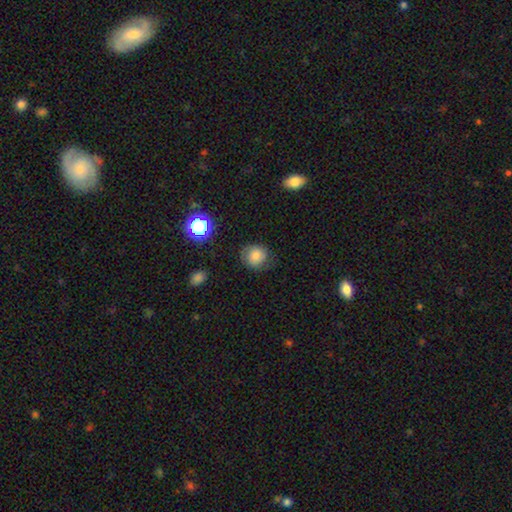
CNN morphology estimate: Smooth or featured?
  - smooth: 73% *
  - featured or disk: 14%
  - star or artifact: 13%
How rounded?
  - round: 82% *
  - in between: 17%
  - cigar-shaped: 1%
Merging?
  - none: 73% *
  - minor disturbance: 19%
  - major disturbance: 6%
  - merger: 1%